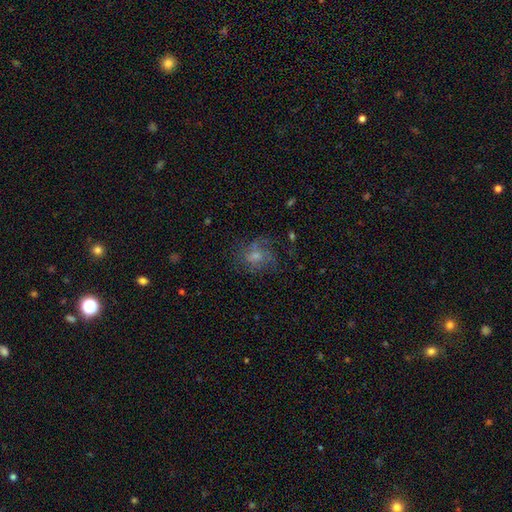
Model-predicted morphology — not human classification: Q: Smooth or featured?
A: smooth (44%); runner-up: featured or disk (43%)
Q: Merging?
A: none (52%); runner-up: major disturbance (24%)